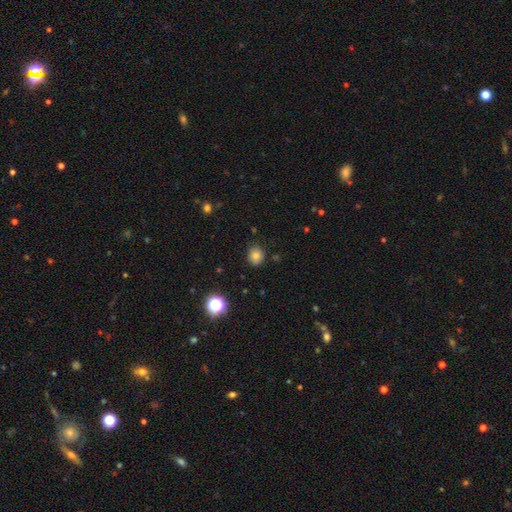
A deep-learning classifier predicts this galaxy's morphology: A smooth galaxy with no disk features (77%) that is round (76%).

Vote fractions:
- Smooth or featured? smooth: 77% / star or artifact: 14% / featured or disk: 9%
- How rounded? round: 76% / in between: 23% / cigar-shaped: 1%
- Merging? none: 85% / minor disturbance: 11% / major disturbance: 2% / merger: 2%